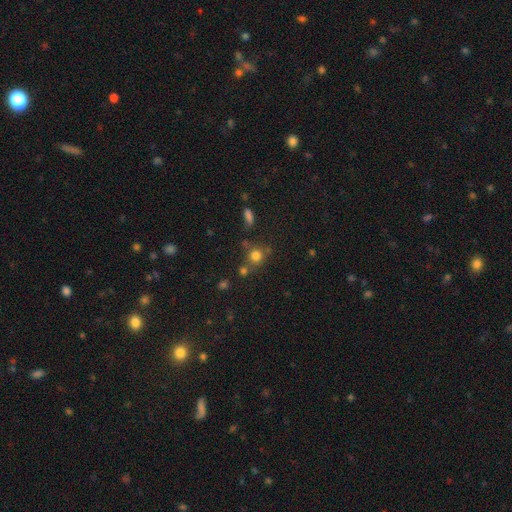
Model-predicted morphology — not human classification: Smooth or featured?
  - smooth: 77% *
  - star or artifact: 15%
  - featured or disk: 8%
How rounded?
  - round: 85% *
  - in between: 14%
  - cigar-shaped: 1%
Merging?
  - none: 66% *
  - merger: 16%
  - minor disturbance: 12%
  - major disturbance: 5%